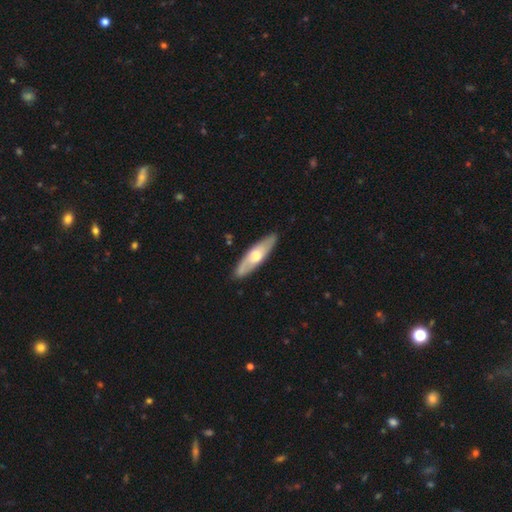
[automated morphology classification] Q: Smooth or featured?
A: smooth (48%); runner-up: featured or disk (47%)
Q: Merging?
A: none (87%); runner-up: minor disturbance (10%)